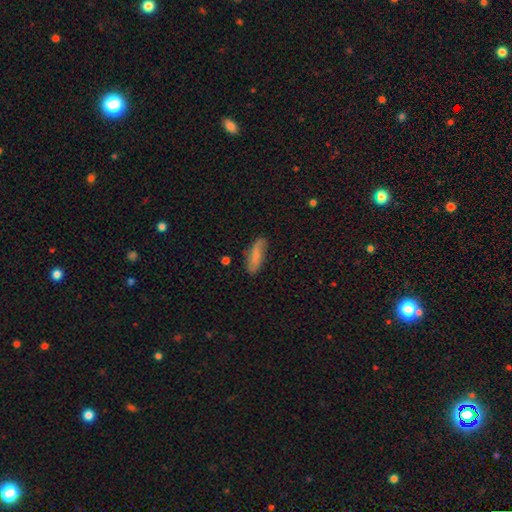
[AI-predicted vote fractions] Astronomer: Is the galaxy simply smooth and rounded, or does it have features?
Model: smooth — 65%.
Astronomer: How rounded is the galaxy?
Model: in between — 57% (runner-up: cigar-shaped, 40%).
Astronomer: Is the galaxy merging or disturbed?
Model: none — 72%.